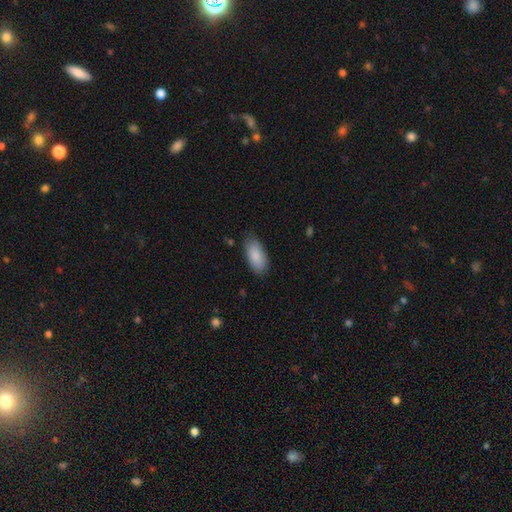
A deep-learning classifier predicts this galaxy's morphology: Smooth or featured? Predicted: smooth (p=0.88). How rounded? Predicted: in between (p=0.91). Merging? Predicted: none (p=0.81).